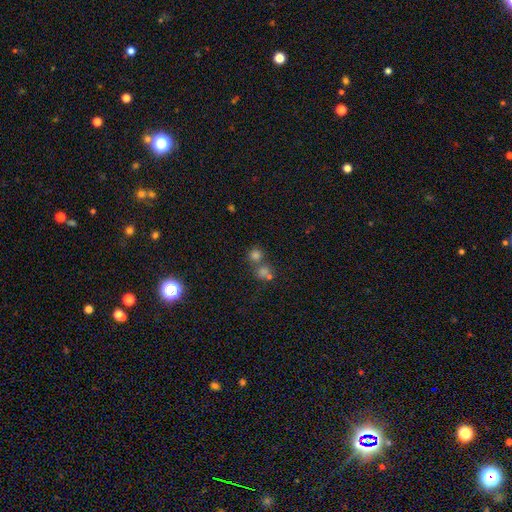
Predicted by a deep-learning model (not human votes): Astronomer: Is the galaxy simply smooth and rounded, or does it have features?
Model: smooth — 63%.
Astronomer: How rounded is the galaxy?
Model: round — 88%.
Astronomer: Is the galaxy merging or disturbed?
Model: none — 55% (runner-up: merger, 36%).